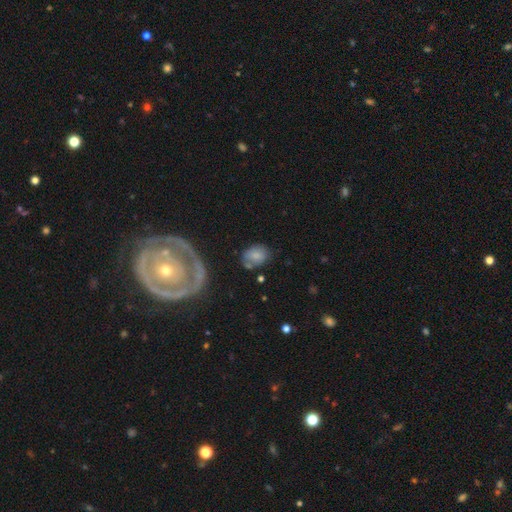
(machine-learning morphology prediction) smooth-or-featured: smooth: 74% | featured or disk: 18% | star or artifact: 8%
  how-rounded: in between: 71% | round: 27% | cigar-shaped: 1%
  merging: none: 61% | minor disturbance: 23% | major disturbance: 8% | merger: 8%